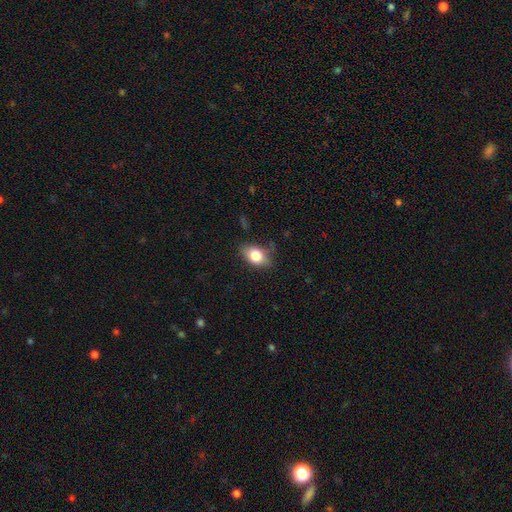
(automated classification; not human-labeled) This appears to be a smooth galaxy with no disk features (80%) that is in between round and cigar-shaped (80%). Merging: none (67%).